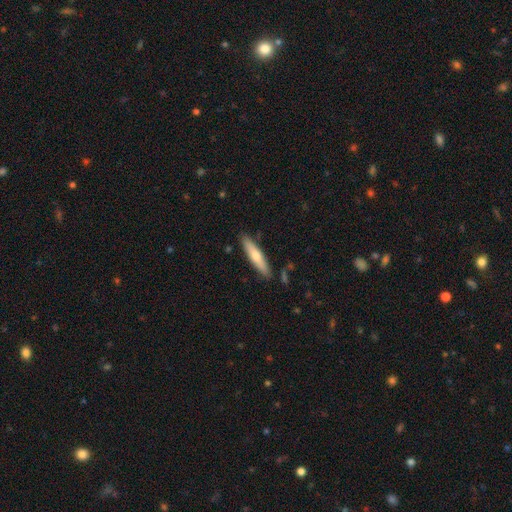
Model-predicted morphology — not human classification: The model was most divided on "smooth or featured": smooth: 63%, featured or disk: 31%, star or artifact: 5%. More confident: merging — none (87%); how rounded — cigar-shaped (85%).